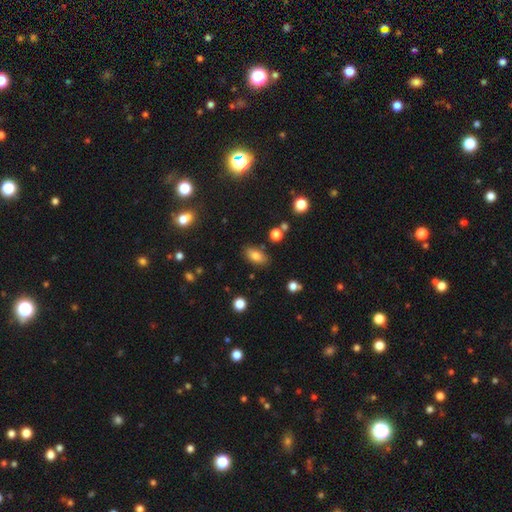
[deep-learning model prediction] Q: Smooth or featured?
A: smooth (80%); runner-up: featured or disk (11%)
Q: How rounded?
A: in between (89%); runner-up: round (6%)
Q: Merging?
A: none (82%); runner-up: minor disturbance (11%)